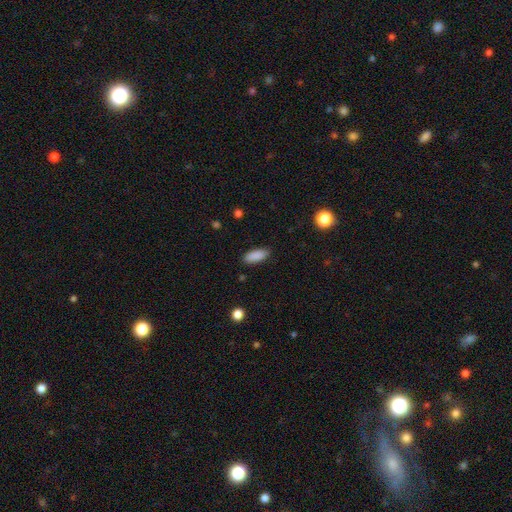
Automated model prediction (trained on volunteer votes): Smooth or featured? smooth (89%)
How rounded? in between (78%)
Merging? none (86%)